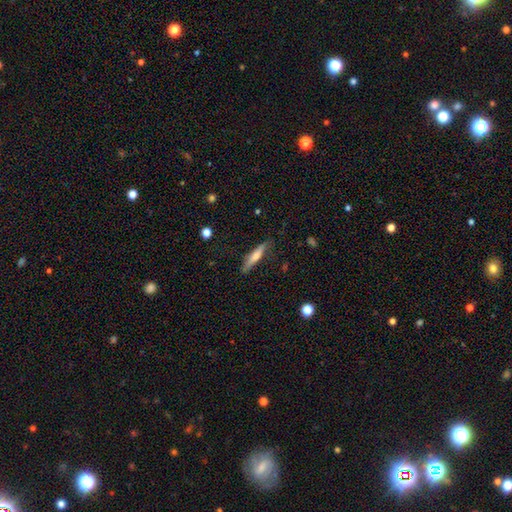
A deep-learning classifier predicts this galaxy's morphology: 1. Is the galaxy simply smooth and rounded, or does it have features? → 53% smooth, 40% featured or disk, 7% star or artifact.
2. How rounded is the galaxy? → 88% cigar-shaped, 10% in between, 2% round.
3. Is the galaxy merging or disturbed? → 82% none, 14% minor disturbance, 3% major disturbance, 2% merger.